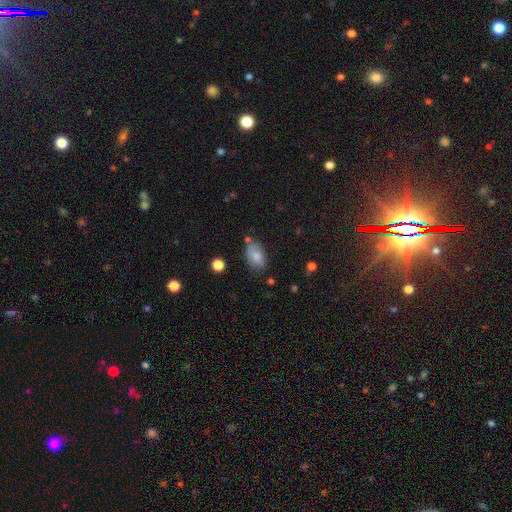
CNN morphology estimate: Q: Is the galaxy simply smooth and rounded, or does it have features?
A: smooth — 82%.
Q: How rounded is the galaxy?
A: in between — 91%.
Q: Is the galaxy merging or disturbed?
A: none — 66%.